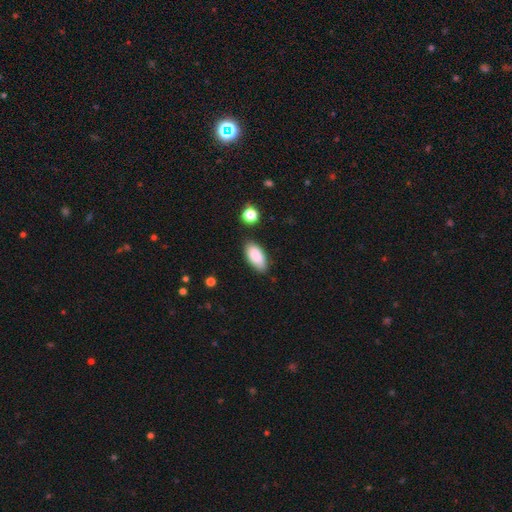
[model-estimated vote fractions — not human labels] This is clearly a smooth galaxy (87%). How rounded: clearly in between (91%). Merging: likely none (79%).